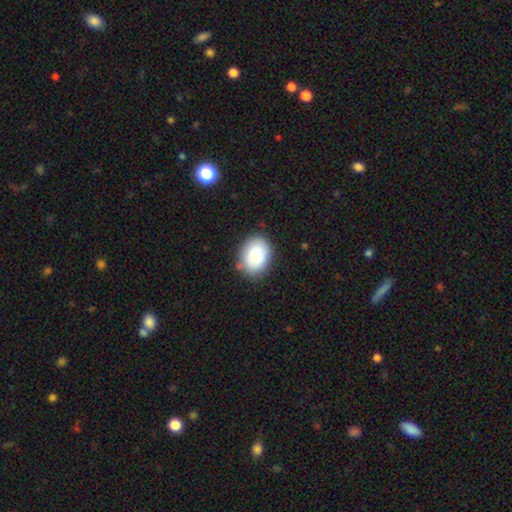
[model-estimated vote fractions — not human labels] Smooth or featured? Predicted: smooth (p=0.85). How rounded? Predicted: in between (p=0.67). Merging? Predicted: none (p=0.81).